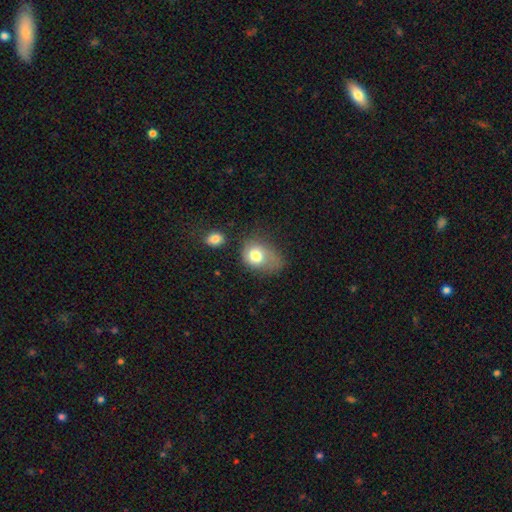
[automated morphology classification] smooth_or_featured: smooth (p=0.75) [alt: featured or disk p=0.17]
how_rounded: in between (p=0.60) [alt: round p=0.38]
merging: minor disturbance (p=0.34) [alt: major disturbance p=0.31]